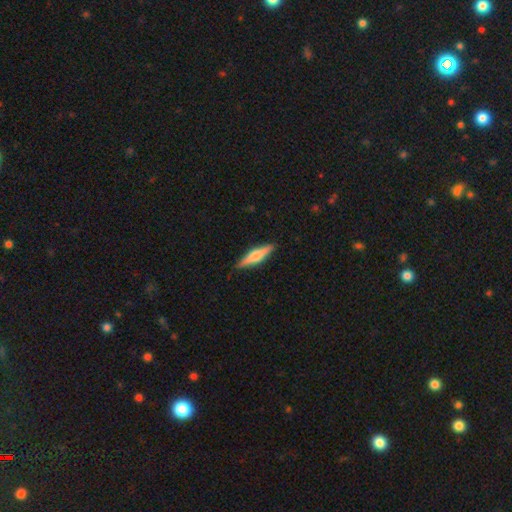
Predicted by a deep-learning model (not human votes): Q: Smooth or featured?
A: featured or disk (51%); runner-up: smooth (43%)
Q: Edge-on disk?
A: yes (96%); runner-up: no (4%)
Q: Merging?
A: none (90%); runner-up: minor disturbance (8%)